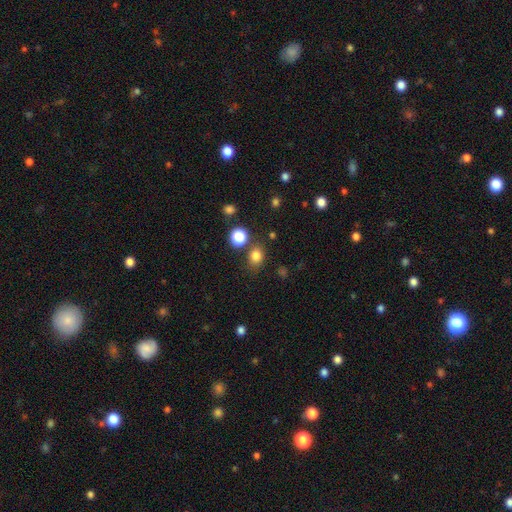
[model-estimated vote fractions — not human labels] Morphology: type=smooth (80%); roundness=round (63%); merging=none (77%).